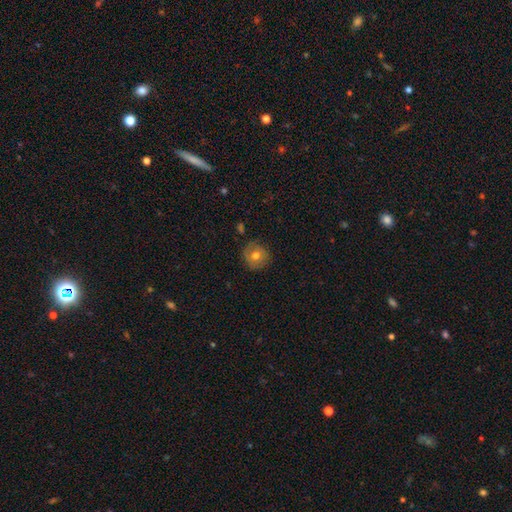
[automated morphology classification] This is likely a smooth galaxy (69%). How rounded: clearly round (92%). Merging: clearly none (82%).